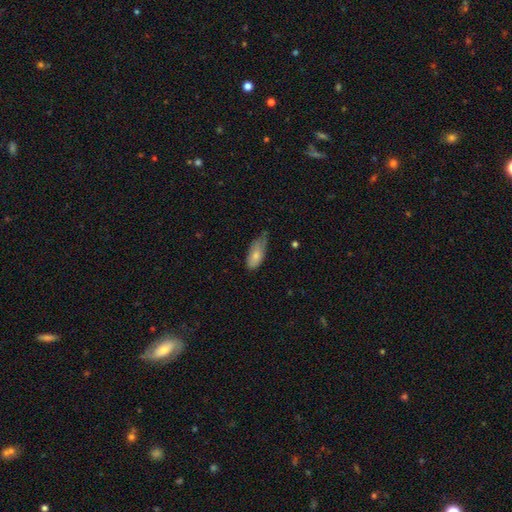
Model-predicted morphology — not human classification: Smooth or featured? smooth (77%)
How rounded? in between (86%)
Merging? minor disturbance (49%)